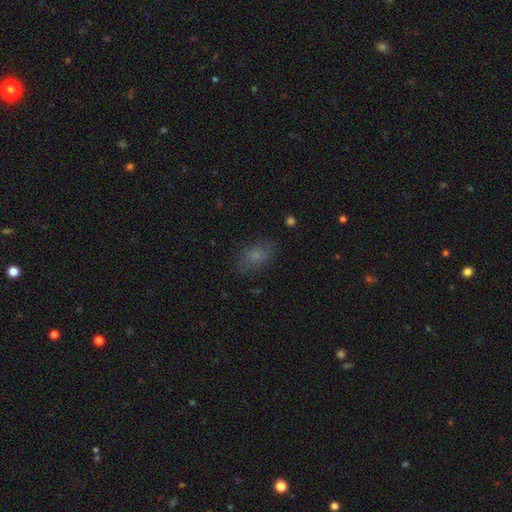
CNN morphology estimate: This is likely a smooth galaxy (73%). How rounded: clearly in between (84%). Merging: likely none (78%).